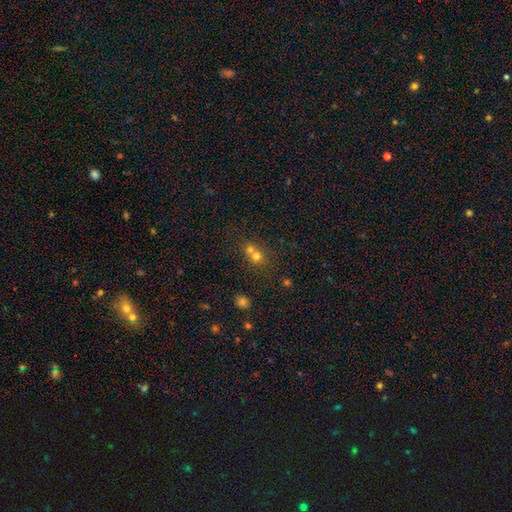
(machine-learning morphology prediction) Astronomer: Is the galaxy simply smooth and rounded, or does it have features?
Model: smooth — 62%.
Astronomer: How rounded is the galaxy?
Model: round — 83%.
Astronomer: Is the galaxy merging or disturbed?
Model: merger — 51% (runner-up: none, 41%).